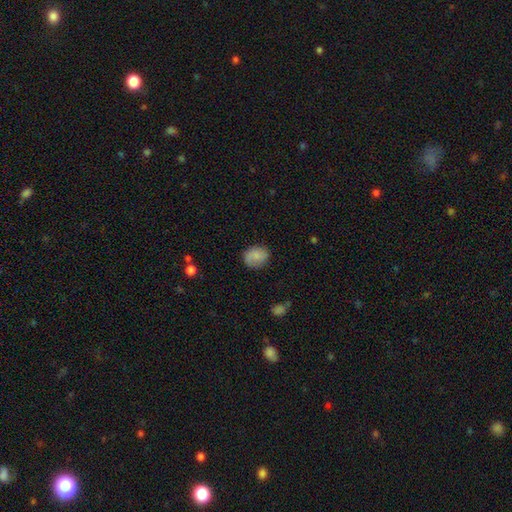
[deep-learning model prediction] A smooth galaxy with no disk features (75%) that is round (57%).

Vote fractions:
- Smooth or featured? smooth: 75% / featured or disk: 16% / star or artifact: 8%
- How rounded? round: 57% / in between: 42% / cigar-shaped: 1%
- Merging? none: 76% / minor disturbance: 18% / major disturbance: 5% / merger: 2%